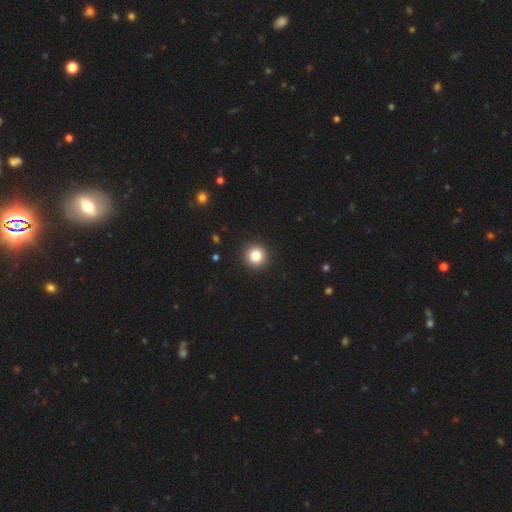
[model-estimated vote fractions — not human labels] Smooth or featured? smooth (83%)
How rounded? round (96%)
Merging? none (93%)